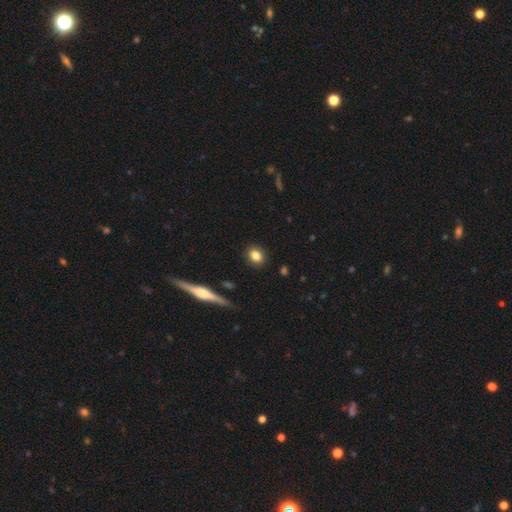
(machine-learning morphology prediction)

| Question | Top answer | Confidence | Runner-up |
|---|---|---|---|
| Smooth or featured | smooth | 83% | star or artifact (9%) |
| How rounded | round | 54% | in between (43%) |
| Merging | none | 90% | minor disturbance (7%) |